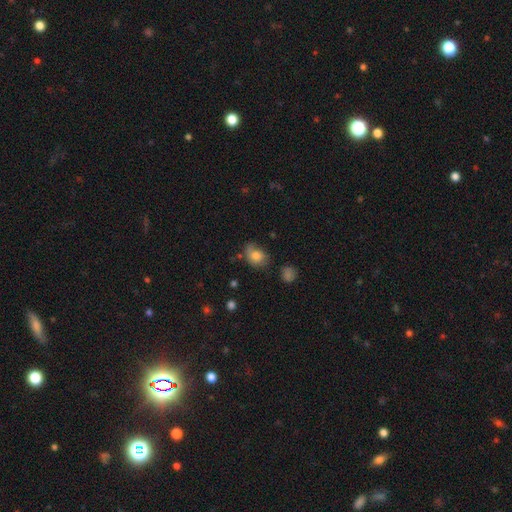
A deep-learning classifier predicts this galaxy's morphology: type=smooth (72%); roundness=in between (60%); merging=none (48%).